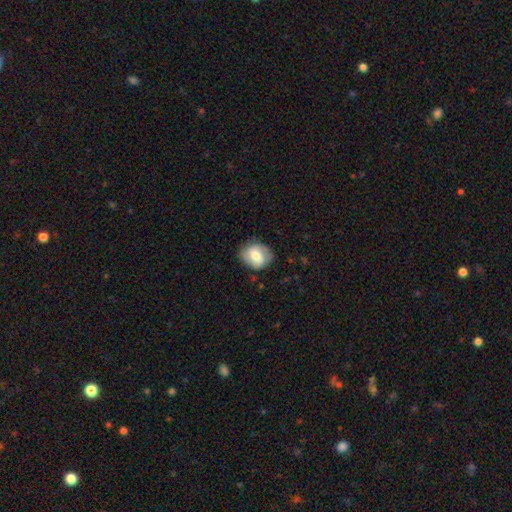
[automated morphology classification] Smooth or featured? Predicted: smooth (p=0.52). How rounded? Predicted: round (p=0.54). Merging? Predicted: none (p=0.75).